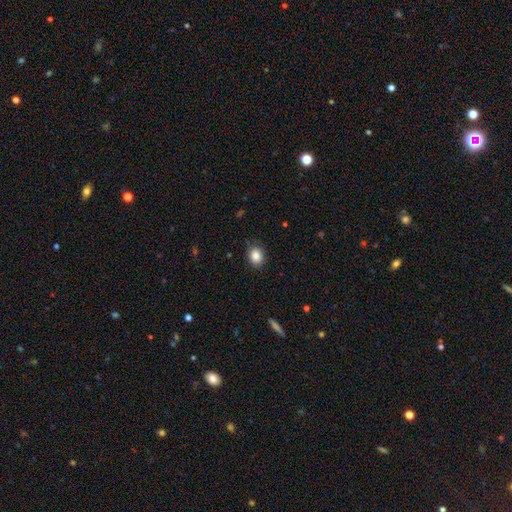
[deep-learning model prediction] Smooth or featured: smooth — 86% (star or artifact — 9%)
How rounded: round — 56% (in between — 43%)
Merging: none — 83% (minor disturbance — 13%)